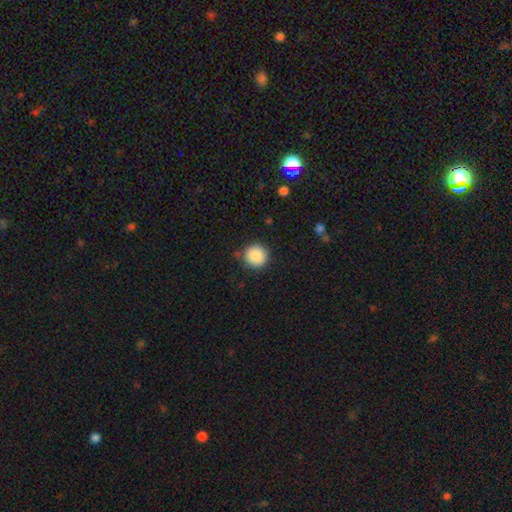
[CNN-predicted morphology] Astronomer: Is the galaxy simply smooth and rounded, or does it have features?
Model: smooth — 88%.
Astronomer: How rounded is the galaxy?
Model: round — 94%.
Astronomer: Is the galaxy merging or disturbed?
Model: none — 87%.